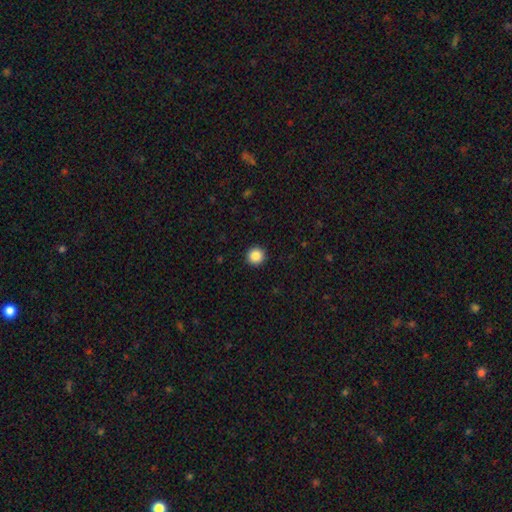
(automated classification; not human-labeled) This appears to be a smooth galaxy with no disk features (87%) that is round (96%). Merging: none (93%).